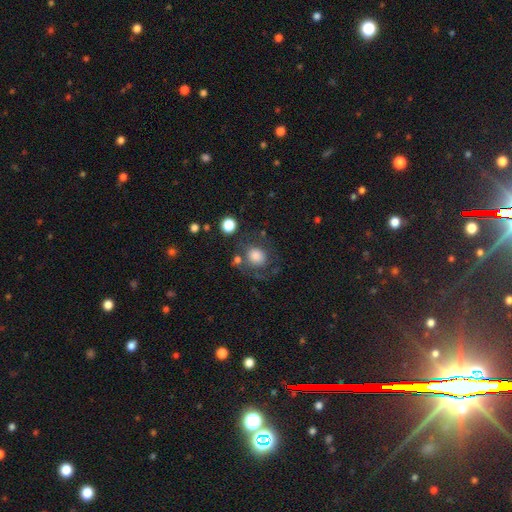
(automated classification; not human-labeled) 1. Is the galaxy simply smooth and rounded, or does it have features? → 73% smooth, 18% featured or disk, 10% star or artifact.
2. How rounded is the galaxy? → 74% round, 25% in between, 1% cigar-shaped.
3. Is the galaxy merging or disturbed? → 60% none, 18% minor disturbance, 15% major disturbance, 7% merger.